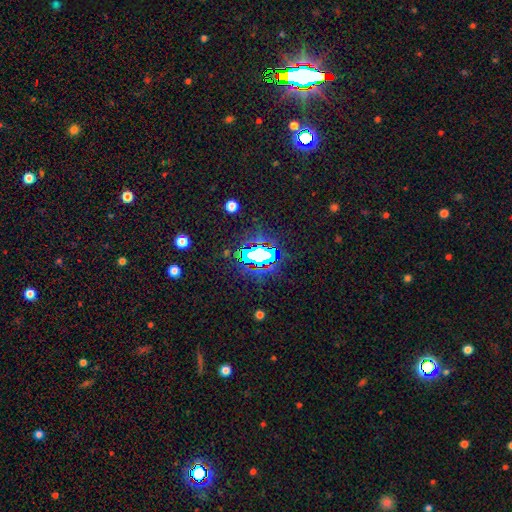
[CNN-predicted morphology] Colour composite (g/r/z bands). It shows a star or artifact, not a galaxy (65%).